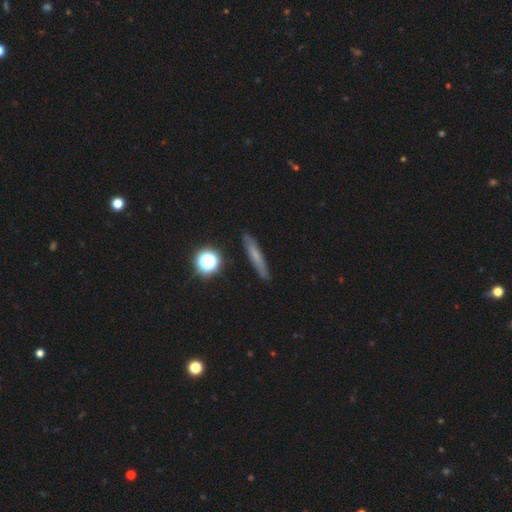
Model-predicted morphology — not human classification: This appears to be a smooth galaxy with no disk features (58%) that is cigar-shaped (86%). Merging: none (87%).